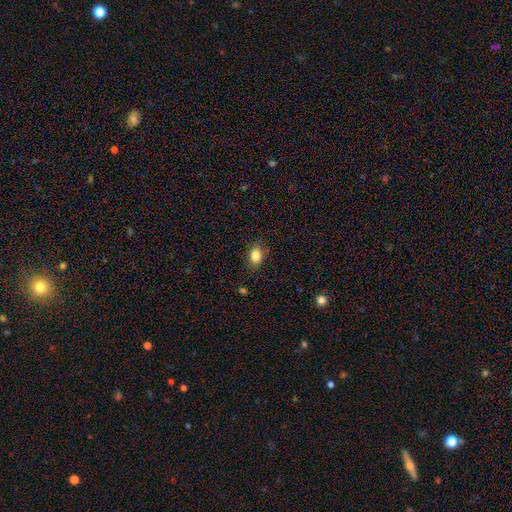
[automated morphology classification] Smooth or featured? Predicted: smooth (p=0.84). How rounded? Predicted: in between (p=0.72). Merging? Predicted: none (p=0.84).